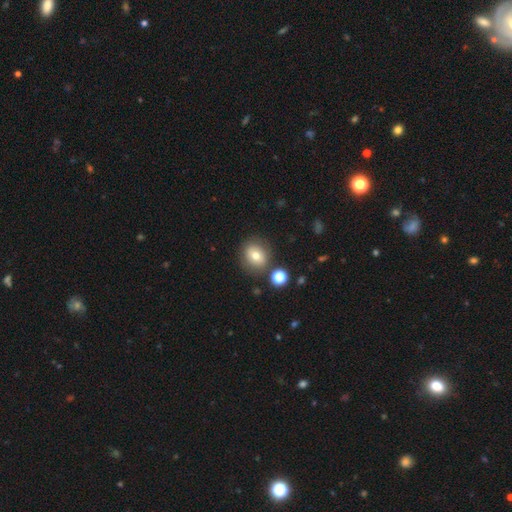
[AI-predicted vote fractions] Q: Smooth or featured?
A: smooth (72%); runner-up: featured or disk (17%)
Q: How rounded?
A: round (68%); runner-up: in between (31%)
Q: Merging?
A: none (79%); runner-up: minor disturbance (11%)